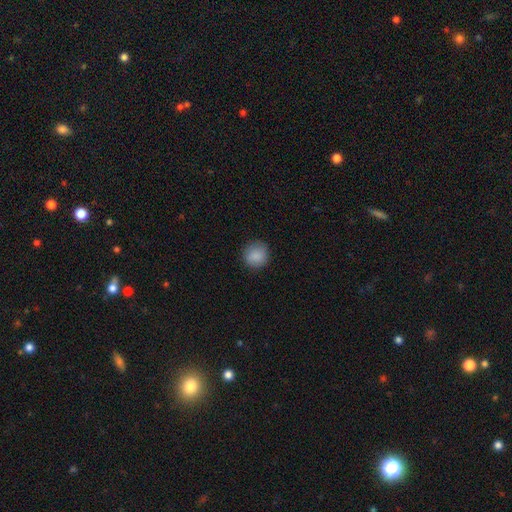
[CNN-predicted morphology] Smooth or featured? Predicted: smooth (p=0.88). How rounded? Predicted: round (p=0.89). Merging? Predicted: none (p=0.87).